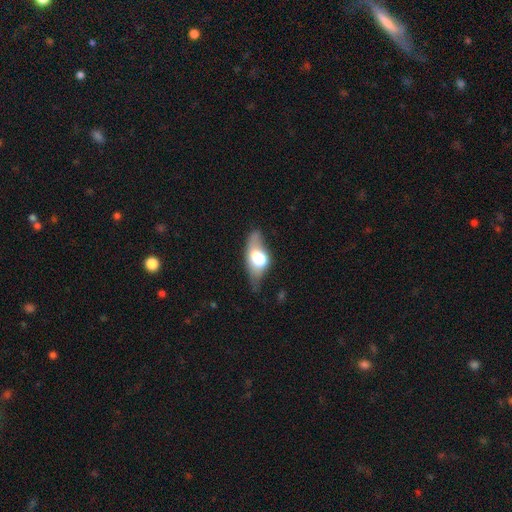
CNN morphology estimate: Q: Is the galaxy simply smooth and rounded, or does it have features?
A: smooth — 52%.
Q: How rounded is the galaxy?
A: in between — 82%.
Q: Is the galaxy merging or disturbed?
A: none — 36%.